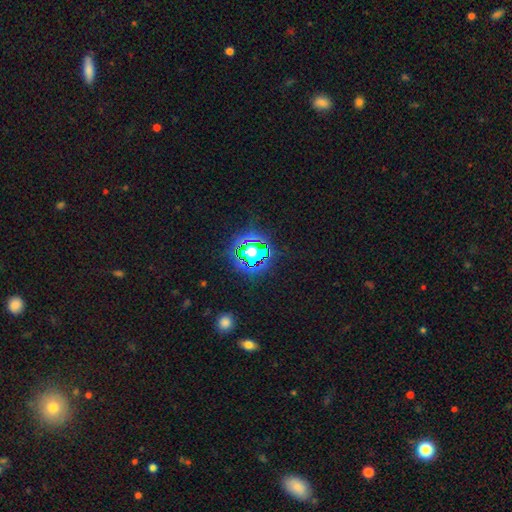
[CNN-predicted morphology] Smooth or featured: star or artifact — 63% (smooth — 24%)